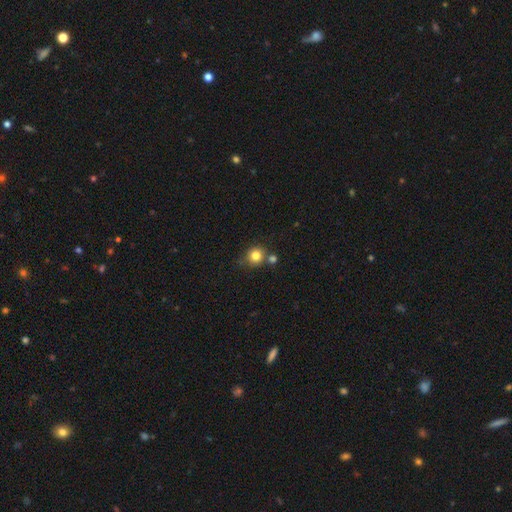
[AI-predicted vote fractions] Morphology: type=smooth (81%); roundness=round (86%); merging=none (62%).